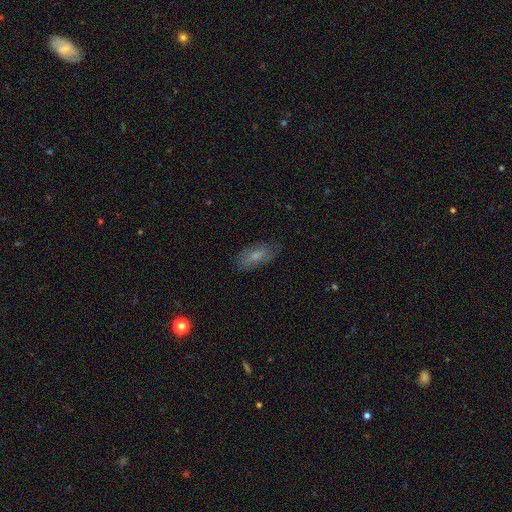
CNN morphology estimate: A smooth galaxy with no disk features (63%) that is in between round and cigar-shaped (85%).

Vote fractions:
- Smooth or featured? smooth: 63% / featured or disk: 29% / star or artifact: 8%
- How rounded? in between: 85% / cigar-shaped: 11% / round: 4%
- Merging? none: 74% / minor disturbance: 20% / major disturbance: 5% / merger: 1%